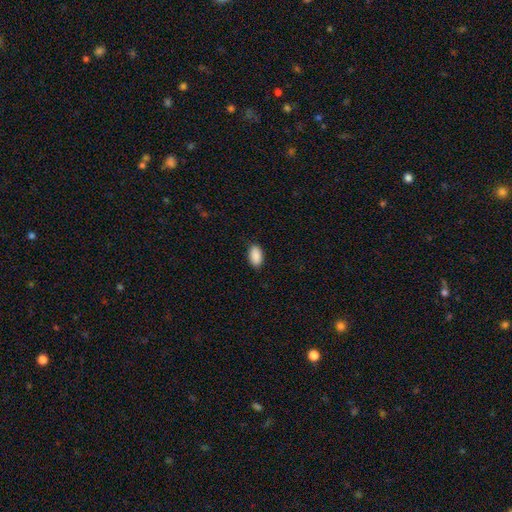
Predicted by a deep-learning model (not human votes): A smooth galaxy with no disk features (90%) that is in between round and cigar-shaped (94%).

Vote fractions:
- Smooth or featured? smooth: 90% / star or artifact: 7% / featured or disk: 3%
- How rounded? in between: 94% / round: 4% / cigar-shaped: 2%
- Merging? none: 86% / minor disturbance: 11% / major disturbance: 2% / merger: 1%